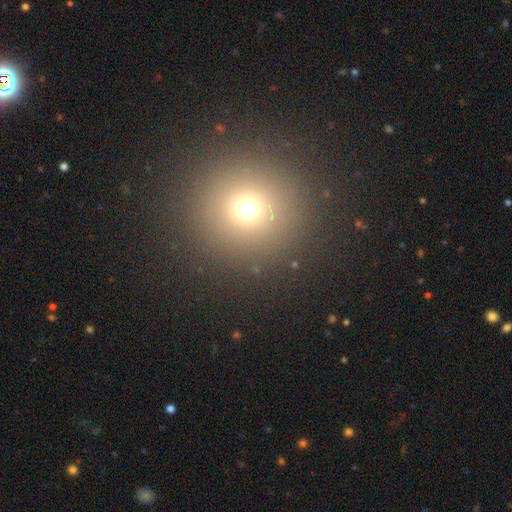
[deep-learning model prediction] Q: Smooth or featured?
A: smooth (66%); runner-up: star or artifact (26%)
Q: How rounded?
A: round (94%); runner-up: in between (5%)
Q: Merging?
A: none (92%); runner-up: minor disturbance (5%)